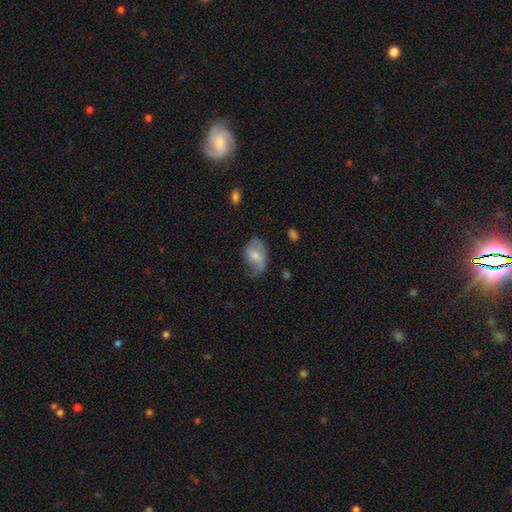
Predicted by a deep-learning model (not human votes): smooth 49%, featured or disk 44%, star or artifact 7%. Down the decision tree: merging — none (44%).